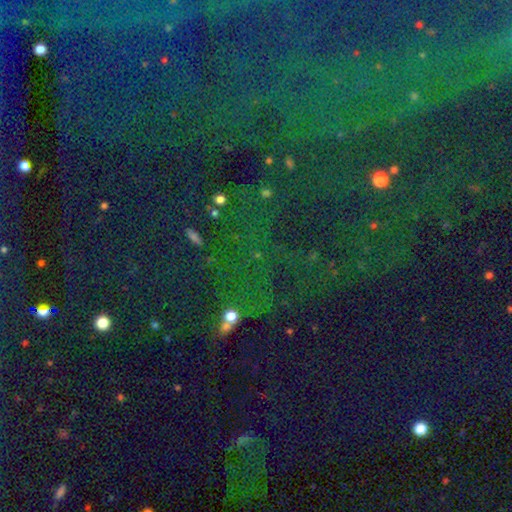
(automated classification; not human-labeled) Smooth or featured? star or artifact (82%)